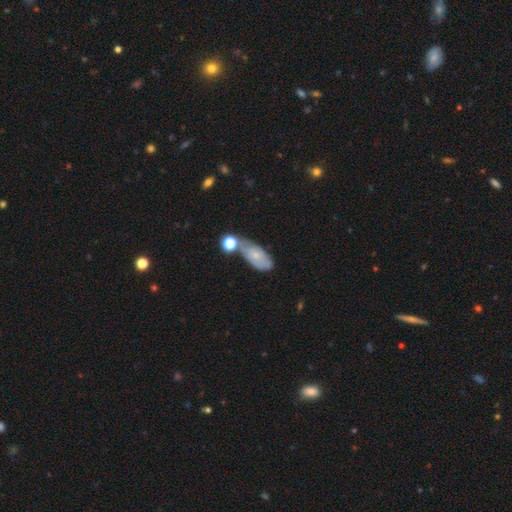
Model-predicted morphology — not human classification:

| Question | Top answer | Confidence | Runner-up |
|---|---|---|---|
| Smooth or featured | smooth | 51% | featured or disk (40%) |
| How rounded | in between | 84% | cigar-shaped (10%) |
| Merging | none | 40% | minor disturbance (25%) |